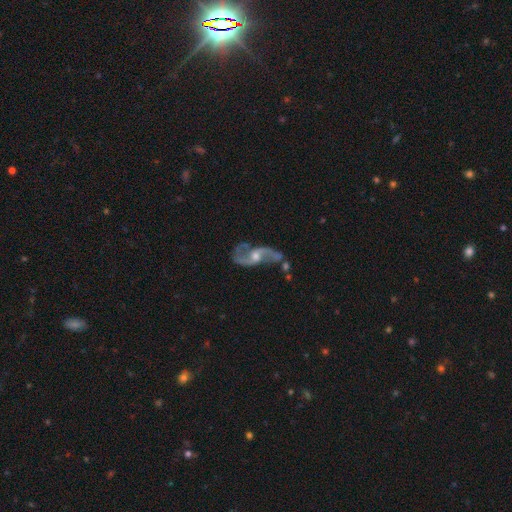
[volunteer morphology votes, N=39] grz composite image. It shows a featured or disk galaxy (87%) with no bar (59%), 2 (100%) loose (68%) spiral arms (100%) and a moderate central bulge (71%). Merging: none (38%).